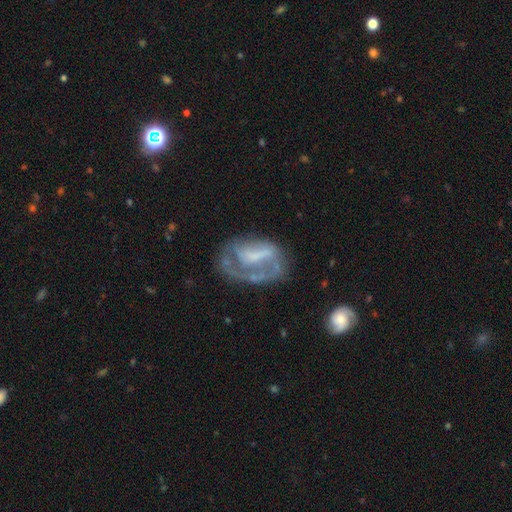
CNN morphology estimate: smooth_or_featured: featured or disk (p=0.70) [alt: smooth p=0.22]
disk_edge_on: no (p=0.96) [alt: yes p=0.04]
bar: no (p=0.40) [alt: weak p=0.36]
has_spiral_arms: yes (p=0.66) [alt: no p=0.34]
bulge_size: none (p=0.51) [alt: small p=0.23]
merging: none (p=0.39) [alt: major disturbance p=0.35]